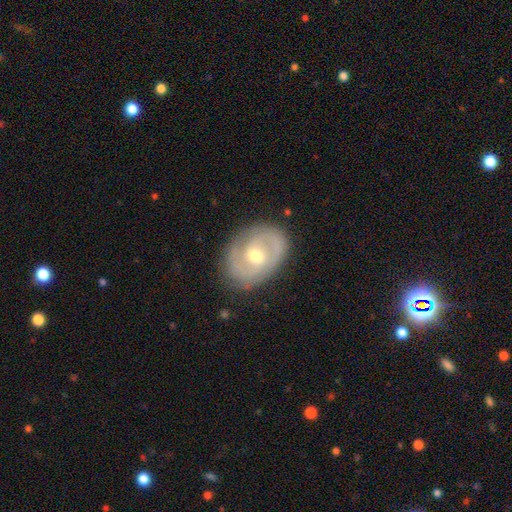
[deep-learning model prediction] This is likely a featured or disk galaxy (76%). It is clearly not viewed edge-on (96%). Bar: possibly weak (46%). Spiral arm pattern: clearly yes (83%). Spiral arm count: likely 2 (71%). Spiral winding: possibly tight (47%). Central bulge: likely moderate (70%). Merging: clearly none (81%).